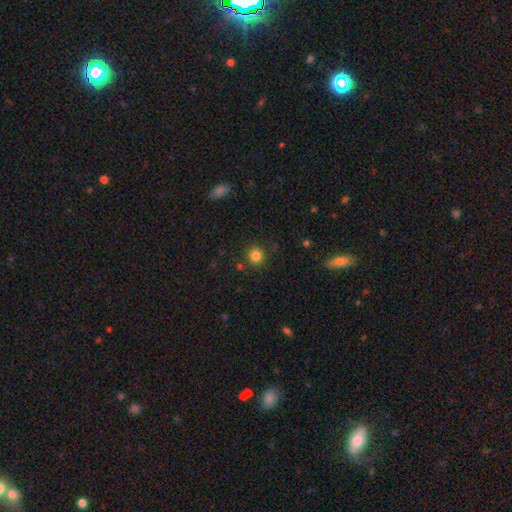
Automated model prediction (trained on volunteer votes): Overall: smooth (83%). How rounded: round (91%). Merging: none (87%).